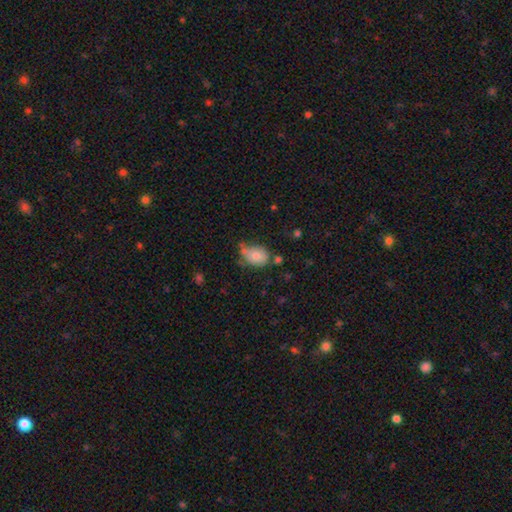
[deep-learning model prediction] smooth_or_featured: smooth (p=0.75) [alt: featured or disk p=0.16]
how_rounded: in between (p=0.67) [alt: round p=0.32]
merging: none (p=0.44) [alt: minor disturbance p=0.33]